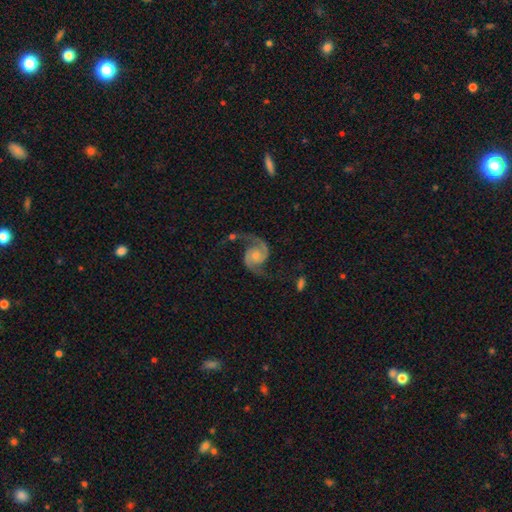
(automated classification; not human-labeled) Smooth or featured? Predicted: featured or disk (p=0.92). Edge-on disk? Predicted: no (p=0.98). Bar? Predicted: no (p=0.72). Spiral arms? Predicted: yes (p=0.98). Spiral winding? Predicted: medium (p=0.51). Spiral arm count? Predicted: 2 (p=0.94). Bulge size? Predicted: moderate (p=0.48). Merging? Predicted: none (p=0.70).